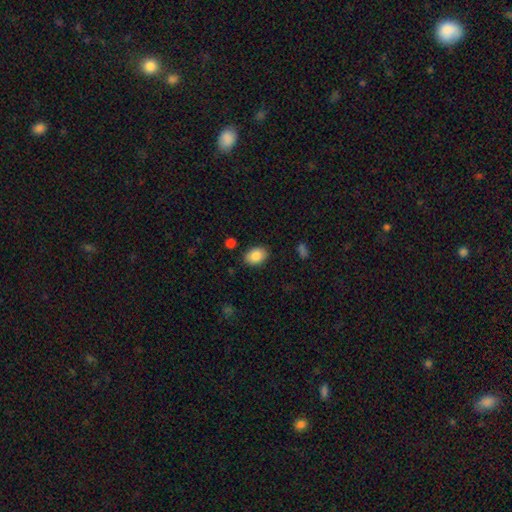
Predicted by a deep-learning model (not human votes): Overall: smooth (86%). How rounded: in between (82%). Merging: none (86%).